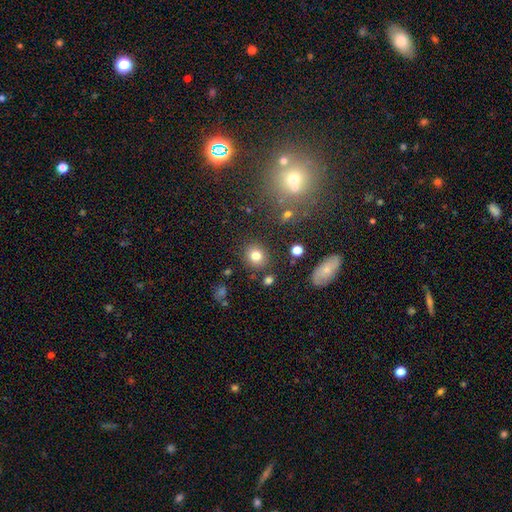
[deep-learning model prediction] A smooth galaxy with no disk features (79%) that is round (80%). Merging: none (85%).